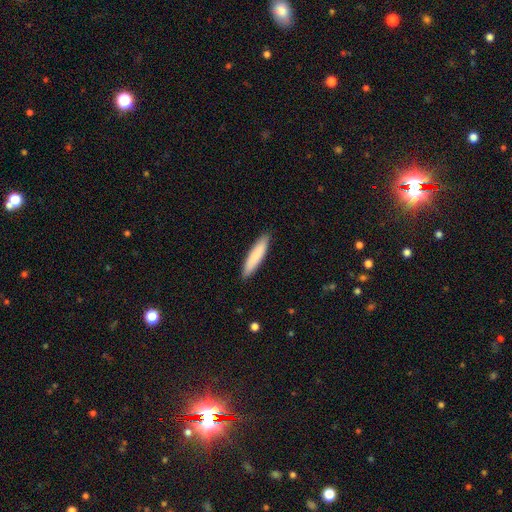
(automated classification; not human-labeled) Smooth or featured? smooth (84%)
How rounded? cigar-shaped (84%)
Merging? none (90%)